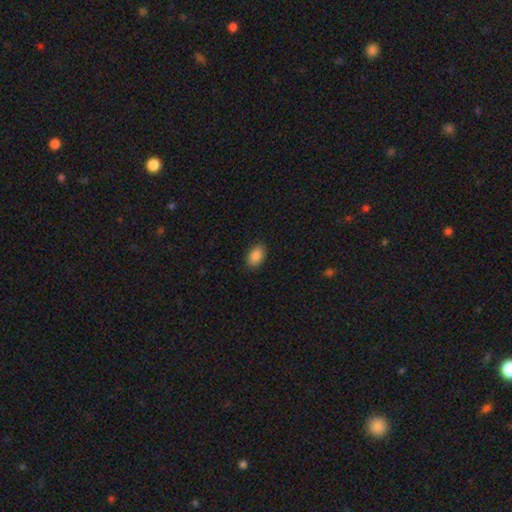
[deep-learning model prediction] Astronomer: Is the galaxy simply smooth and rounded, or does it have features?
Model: smooth — 89%.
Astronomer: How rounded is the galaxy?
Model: in between — 92%.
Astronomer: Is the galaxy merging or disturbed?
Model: none — 87%.